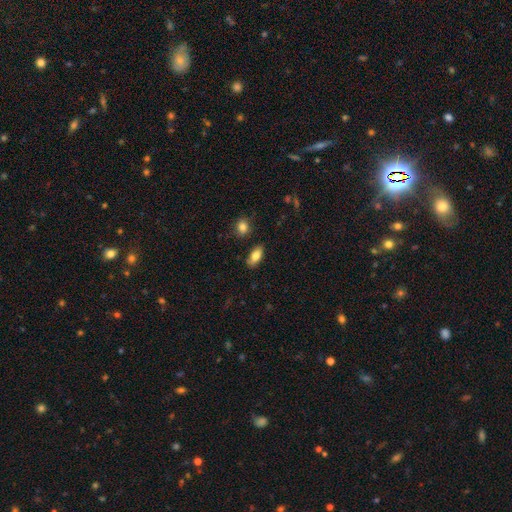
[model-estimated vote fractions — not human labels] This appears to be a smooth galaxy with no disk features (82%) that is in between round and cigar-shaped (87%). Merging: none (84%).